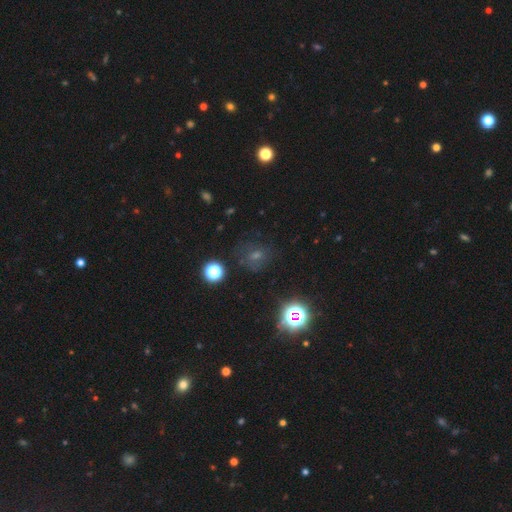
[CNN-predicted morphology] smooth-or-featured: star or artifact: 45% | smooth: 37% | featured or disk: 19%